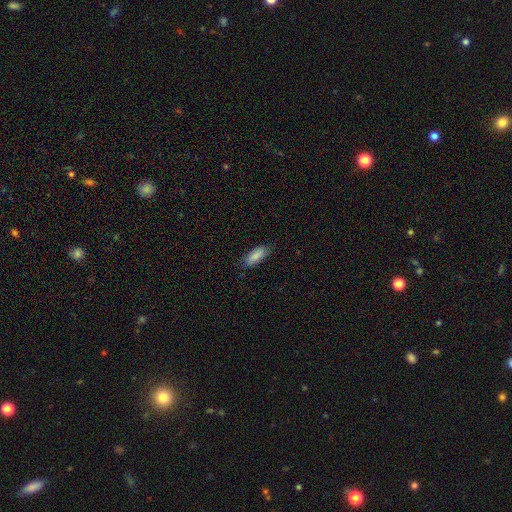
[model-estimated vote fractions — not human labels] This is clearly a smooth galaxy (87%). How rounded: likely in between (76%). Merging: likely none (80%).